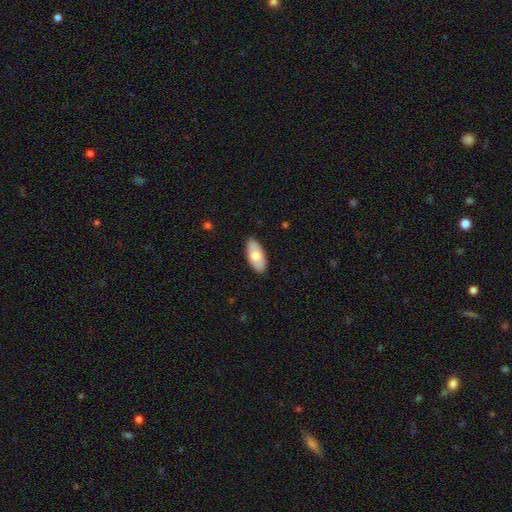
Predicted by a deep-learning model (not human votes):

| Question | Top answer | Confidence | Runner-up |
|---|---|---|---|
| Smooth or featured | smooth | 70% | featured or disk (24%) |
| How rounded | in between | 93% | cigar-shaped (5%) |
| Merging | none | 86% | minor disturbance (11%) |